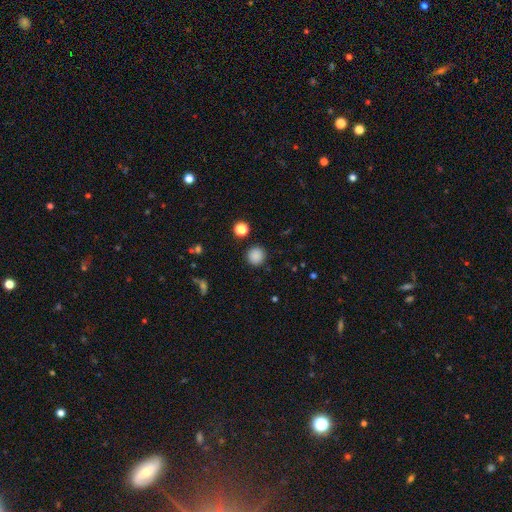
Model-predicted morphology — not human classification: type=smooth (86%); roundness=round (93%); merging=none (89%).